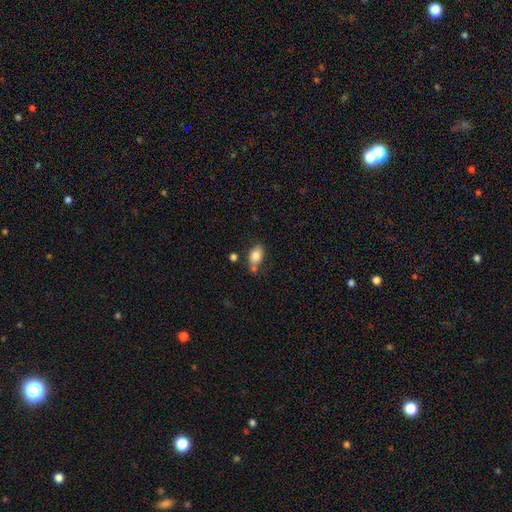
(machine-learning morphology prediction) smooth 79%, featured or disk 12%, star or artifact 8%. Down the decision tree: how rounded — in between (83%); merging — none (59%).